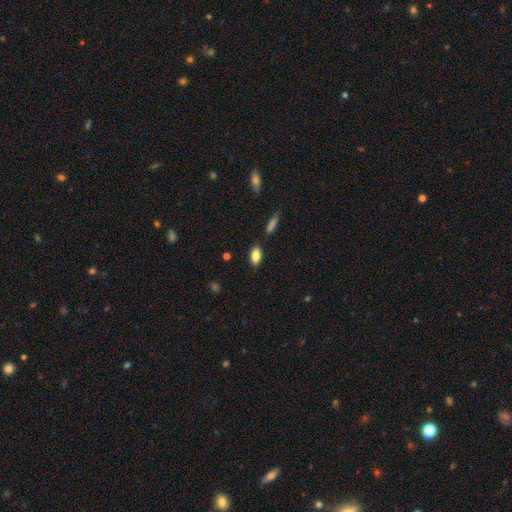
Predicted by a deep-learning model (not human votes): Smooth or featured?
  - smooth: 84% *
  - featured or disk: 8%
  - star or artifact: 7%
How rounded?
  - in between: 85% *
  - cigar-shaped: 12%
  - round: 3%
Merging?
  - none: 84% *
  - minor disturbance: 10%
  - merger: 3%
  - major disturbance: 2%